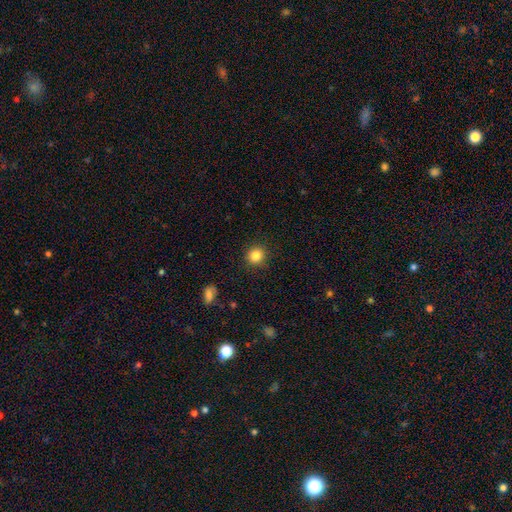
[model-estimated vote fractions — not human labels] smooth 84%, star or artifact 11%, featured or disk 5%. Down the decision tree: how rounded — round (89%); merging — none (91%).